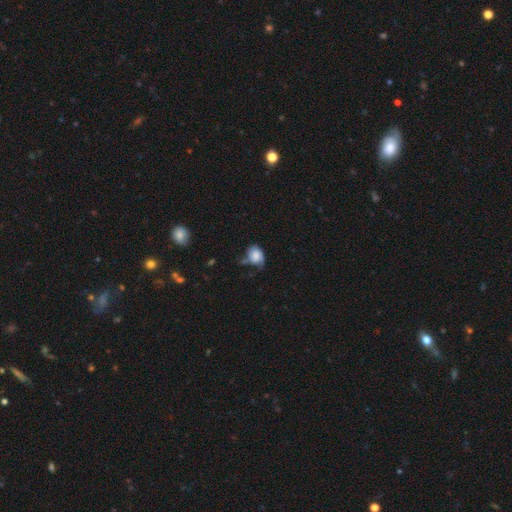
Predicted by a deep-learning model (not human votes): Q: Smooth or featured?
A: smooth (62%); runner-up: featured or disk (30%)
Q: How rounded?
A: in between (63%); runner-up: round (36%)
Q: Merging?
A: minor disturbance (36%); runner-up: none (32%)